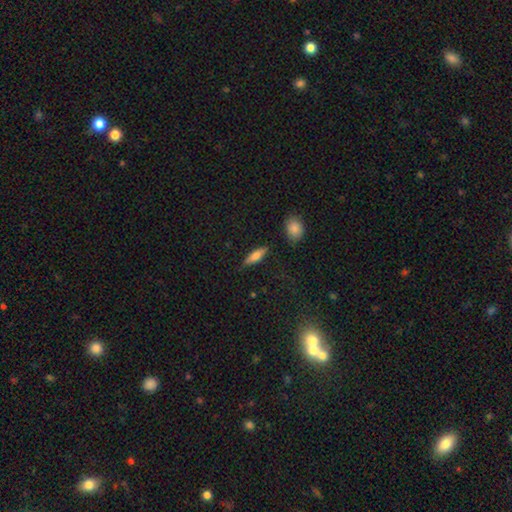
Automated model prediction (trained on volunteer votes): Smooth or featured? smooth (68%)
How rounded? cigar-shaped (52%)
Merging? none (80%)